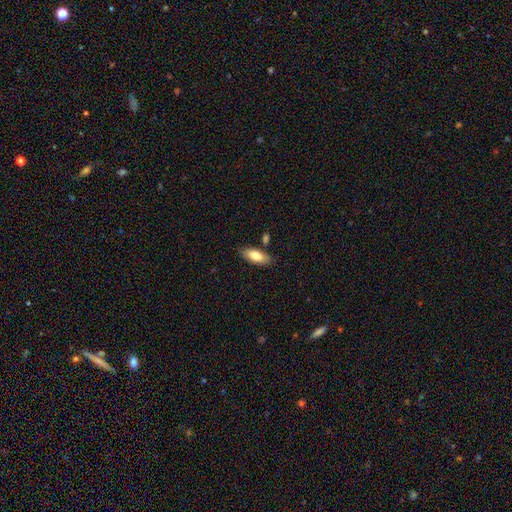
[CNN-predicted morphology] This is likely a smooth galaxy (77%). How rounded: clearly in between (82%). Merging: likely none (79%).